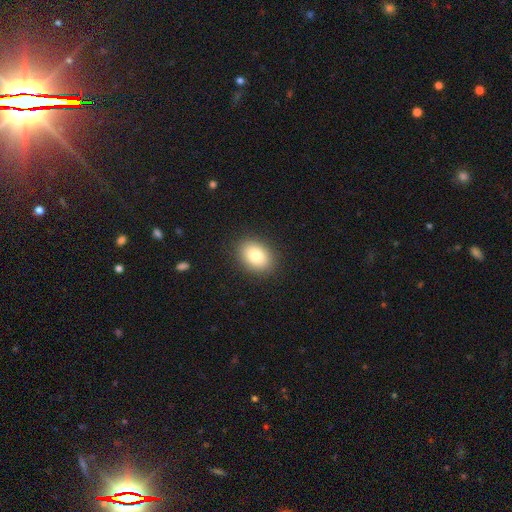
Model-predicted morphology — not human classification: Smooth or featured: smooth — 81% (featured or disk — 10%)
How rounded: in between — 66% (round — 33%)
Merging: none — 89% (minor disturbance — 8%)